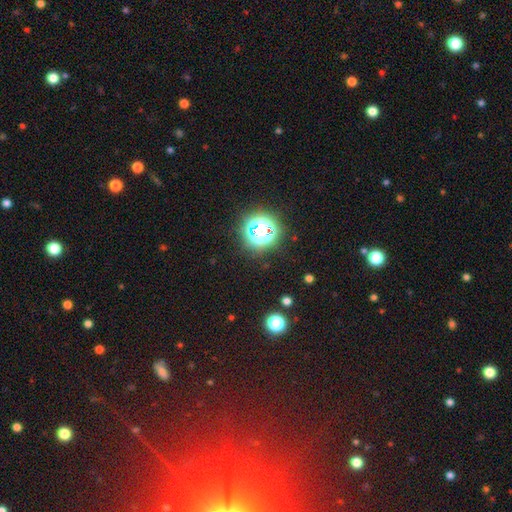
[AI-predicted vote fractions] Morphology: type=star or artifact (72%).